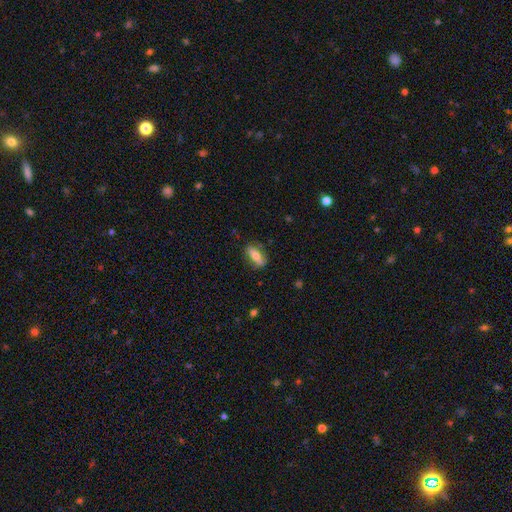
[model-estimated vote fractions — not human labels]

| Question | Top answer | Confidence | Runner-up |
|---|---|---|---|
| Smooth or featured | smooth | 63% | featured or disk (31%) |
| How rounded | in between | 74% | cigar-shaped (22%) |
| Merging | none | 78% | minor disturbance (16%) |